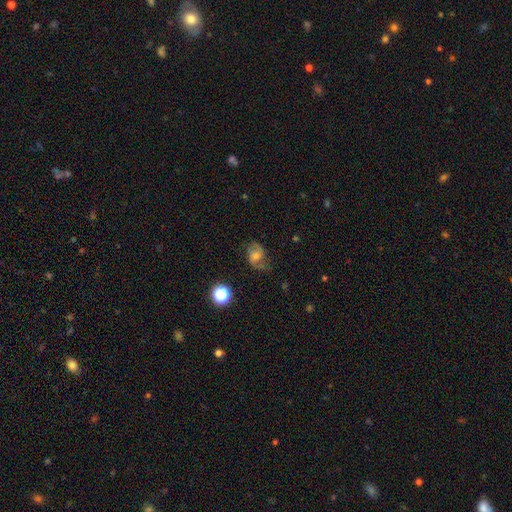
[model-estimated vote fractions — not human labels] Smooth or featured? Predicted: featured or disk (p=0.58). Edge-on disk? Predicted: no (p=0.97). Bar? Predicted: no (p=0.58). Spiral arms? Predicted: yes (p=0.88). Bulge size? Predicted: moderate (p=0.46). Merging? Predicted: none (p=0.63).